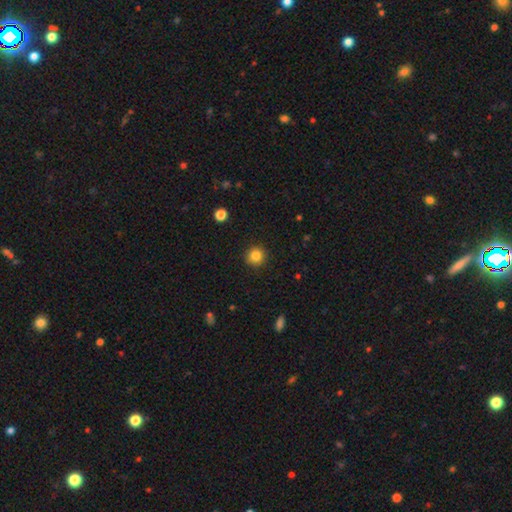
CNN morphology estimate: A smooth galaxy with no disk features (84%) that is round (94%).

Vote fractions:
- Smooth or featured? smooth: 84% / star or artifact: 11% / featured or disk: 5%
- How rounded? round: 94% / in between: 6% / cigar-shaped: 1%
- Merging? none: 91% / minor disturbance: 6% / major disturbance: 2% / merger: 1%